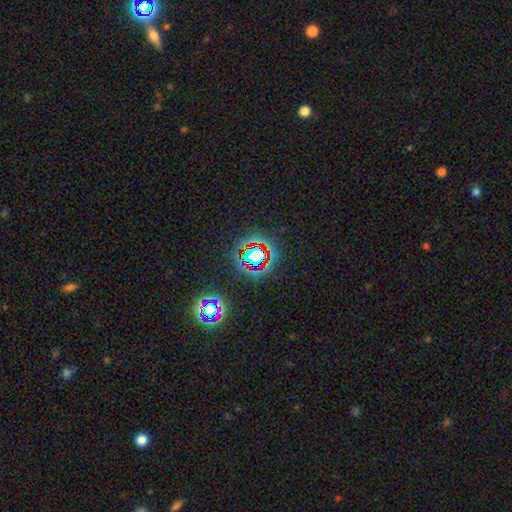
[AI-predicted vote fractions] This appears to be a star or artifact, not a galaxy (70%).